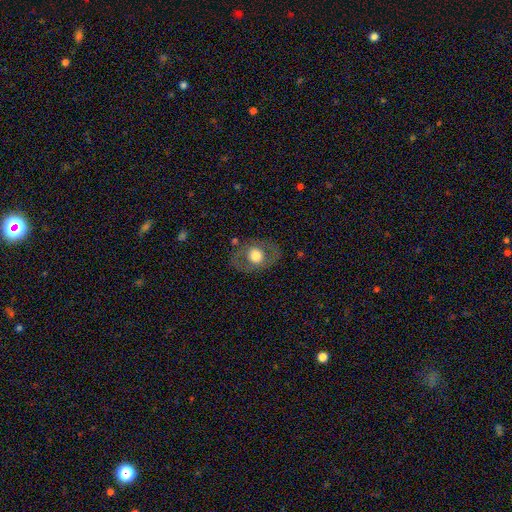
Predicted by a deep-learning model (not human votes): Overall: smooth (53%; featured or disk 40%). How rounded: round (51%; in between 48%). Merging: none (78%).